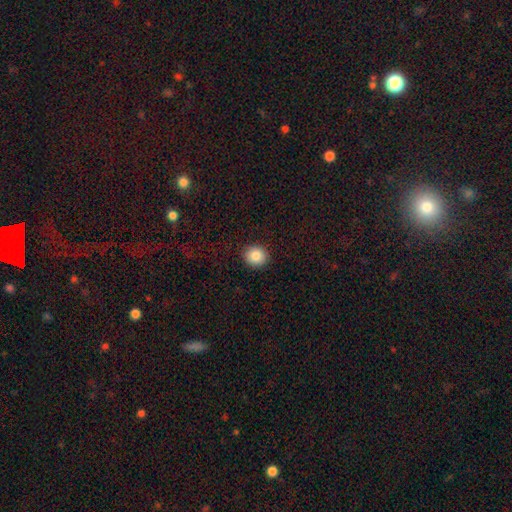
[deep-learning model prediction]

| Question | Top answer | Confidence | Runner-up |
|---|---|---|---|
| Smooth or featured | smooth | 87% | star or artifact (9%) |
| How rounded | round | 81% | in between (18%) |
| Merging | none | 91% | minor disturbance (6%) |